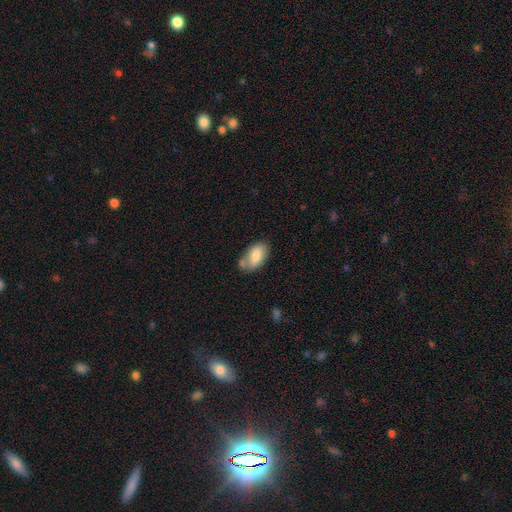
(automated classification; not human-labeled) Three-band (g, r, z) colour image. It shows a smooth galaxy with no disk features (78%) that is in between round and cigar-shaped (93%). Merging: none (53%).